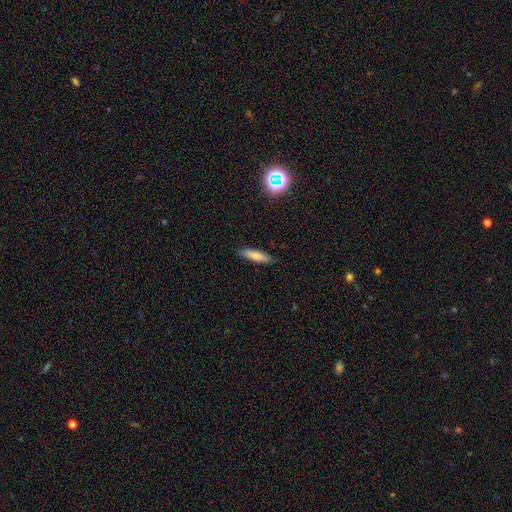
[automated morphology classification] This appears to be a smooth galaxy with no disk features (76%) that is cigar-shaped (73%). Merging: none (87%).